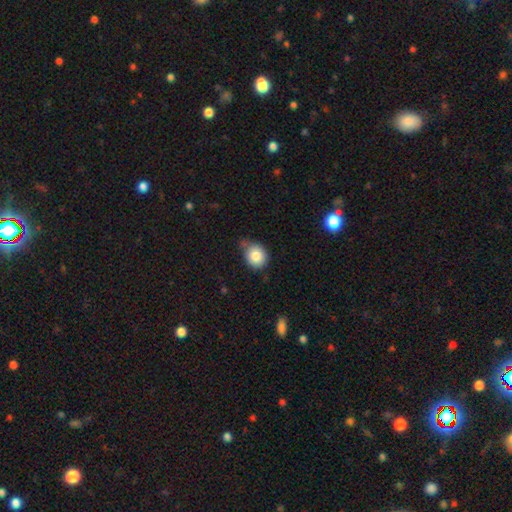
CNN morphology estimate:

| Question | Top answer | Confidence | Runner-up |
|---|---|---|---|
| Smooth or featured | smooth | 84% | star or artifact (9%) |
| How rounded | round | 73% | in between (26%) |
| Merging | none | 60% | minor disturbance (28%) |